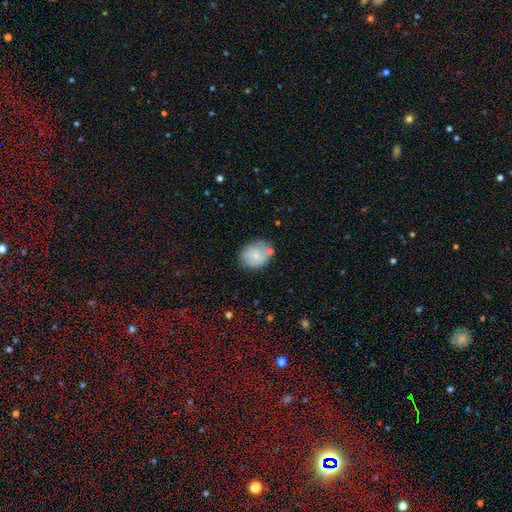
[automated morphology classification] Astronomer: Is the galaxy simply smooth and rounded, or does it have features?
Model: smooth — 71%.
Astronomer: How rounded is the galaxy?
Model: round — 61% (runner-up: in between, 38%).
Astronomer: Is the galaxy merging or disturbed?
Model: none — 64%.